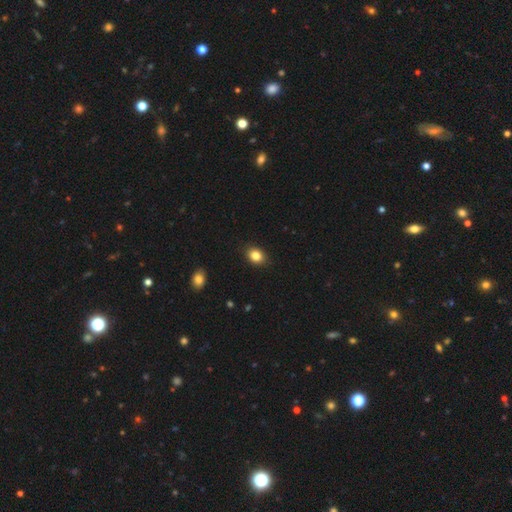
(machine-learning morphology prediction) Smooth or featured? smooth (84%)
How rounded? in between (62%)
Merging? none (88%)